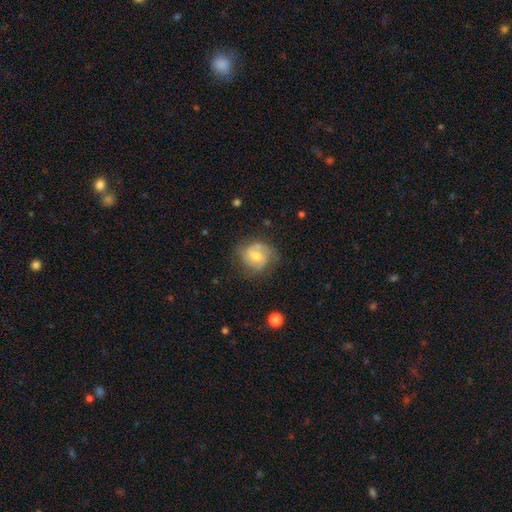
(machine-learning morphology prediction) A featured or disk galaxy (67%) with no bar (54%), 2 (67%) medium (46%) spiral arms (90%) and a moderate central bulge (61%). Merging: none (66%).